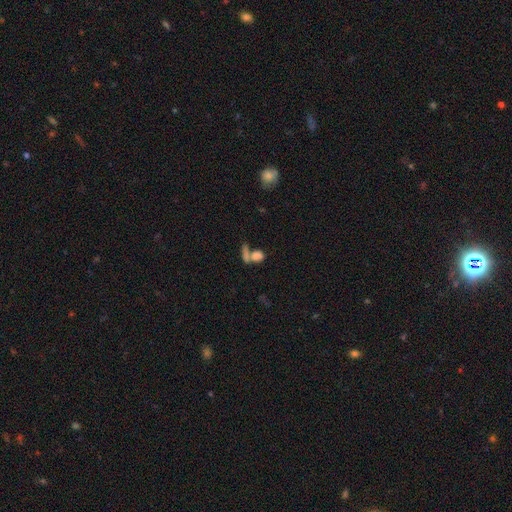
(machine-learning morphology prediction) Q: Smooth or featured?
A: smooth (77%); runner-up: featured or disk (12%)
Q: How rounded?
A: in between (58%); runner-up: round (34%)
Q: Merging?
A: merger (49%); runner-up: none (34%)